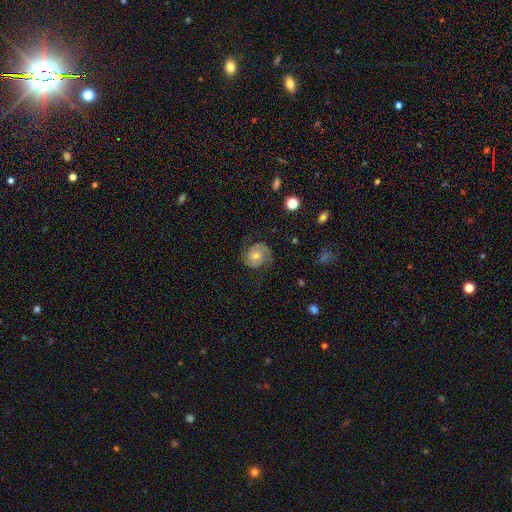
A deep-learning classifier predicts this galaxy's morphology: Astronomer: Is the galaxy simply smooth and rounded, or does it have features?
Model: featured or disk — 77%.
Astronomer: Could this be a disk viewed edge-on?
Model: no — 98%.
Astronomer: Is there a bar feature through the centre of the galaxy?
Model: no — 69%.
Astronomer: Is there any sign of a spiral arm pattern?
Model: yes — 95%.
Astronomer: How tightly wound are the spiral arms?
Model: tight — 46% (runner-up: medium, 42%).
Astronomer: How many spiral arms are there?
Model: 2 — 87%.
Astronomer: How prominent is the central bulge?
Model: moderate — 53% (runner-up: small, 38%).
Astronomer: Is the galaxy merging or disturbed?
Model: none — 77%.